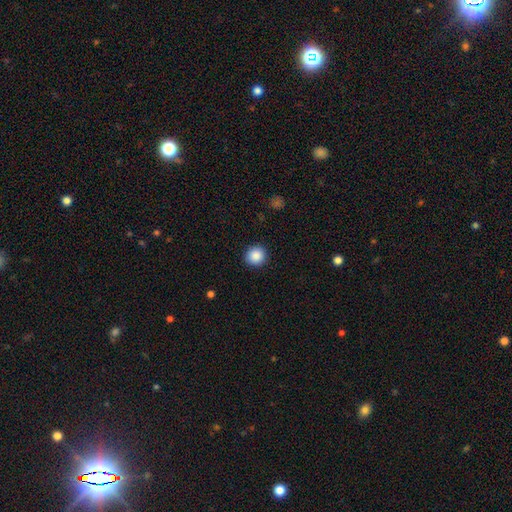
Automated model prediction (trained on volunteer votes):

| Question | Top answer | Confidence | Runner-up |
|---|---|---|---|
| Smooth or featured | smooth | 88% | star or artifact (9%) |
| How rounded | round | 93% | in between (6%) |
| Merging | none | 91% | minor disturbance (6%) |